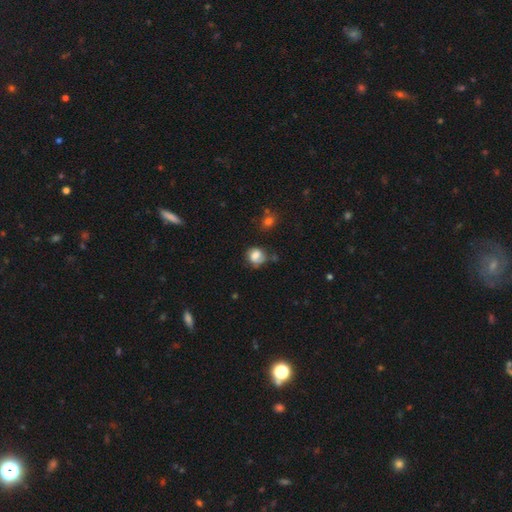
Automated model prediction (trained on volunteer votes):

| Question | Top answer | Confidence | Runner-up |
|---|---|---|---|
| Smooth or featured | smooth | 70% | featured or disk (20%) |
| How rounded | round | 67% | in between (32%) |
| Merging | none | 49% | minor disturbance (30%) |